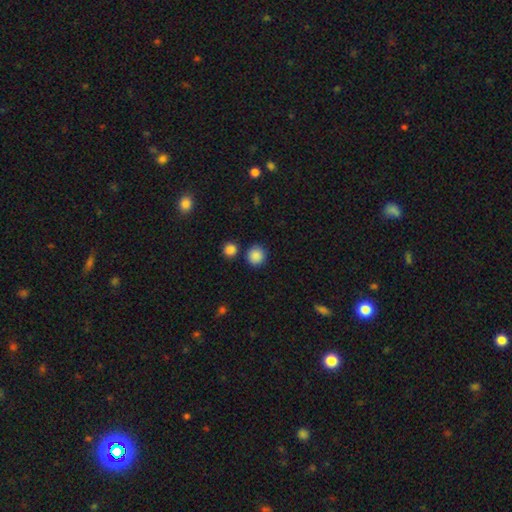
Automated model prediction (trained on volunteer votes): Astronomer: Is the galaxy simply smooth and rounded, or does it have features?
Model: smooth — 88%.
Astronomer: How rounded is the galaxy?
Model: round — 92%.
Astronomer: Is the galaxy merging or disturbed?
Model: none — 82%.